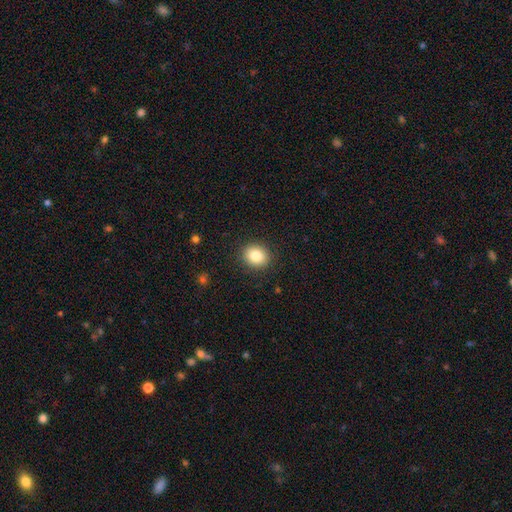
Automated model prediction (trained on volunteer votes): A smooth galaxy with no disk features (84%) that is round (72%). Merging: none (90%).